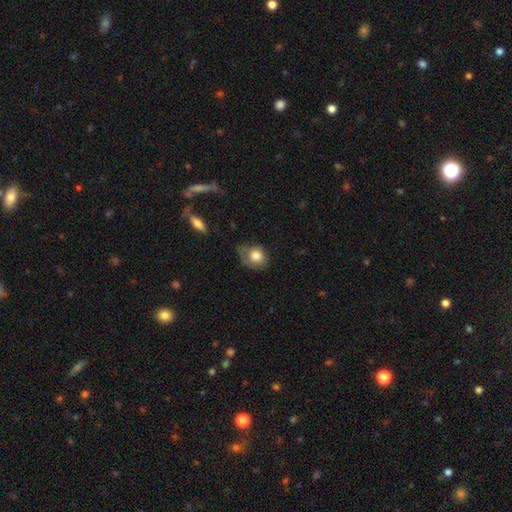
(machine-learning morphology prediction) smooth-or-featured: smooth: 75% | featured or disk: 17% | star or artifact: 9%
  how-rounded: round: 50% | in between: 49% | cigar-shaped: 1%
  merging: none: 39% | minor disturbance: 35% | major disturbance: 23% | merger: 2%